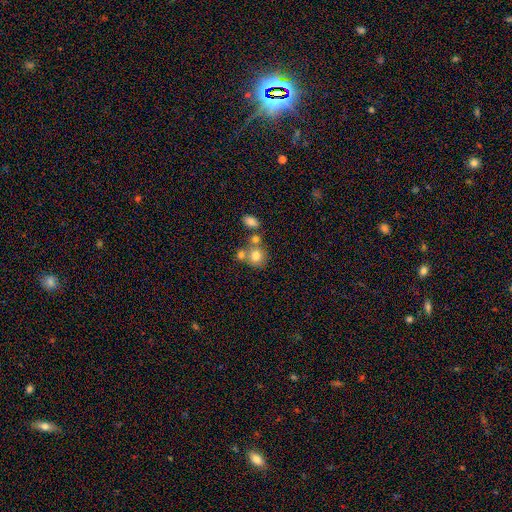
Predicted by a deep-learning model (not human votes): A smooth galaxy with no disk features (75%) that is round (80%). Merging: none (51%).